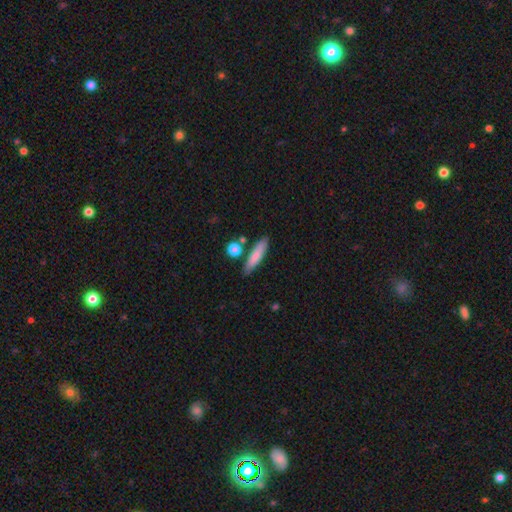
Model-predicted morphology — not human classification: smooth-or-featured: smooth: 75% | featured or disk: 18% | star or artifact: 7%
  how-rounded: cigar-shaped: 77% | in between: 21% | round: 3%
  merging: none: 78% | minor disturbance: 12% | merger: 7% | major disturbance: 3%